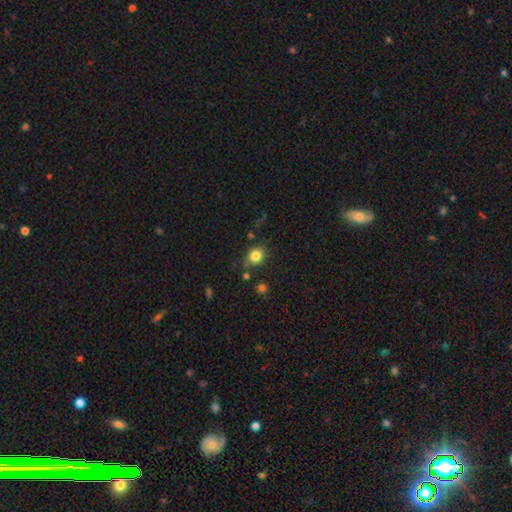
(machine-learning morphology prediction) Smooth or featured? smooth (82%)
How rounded? round (71%)
Merging? none (73%)